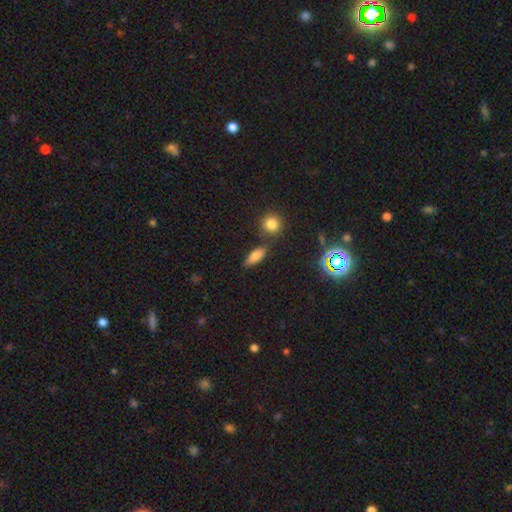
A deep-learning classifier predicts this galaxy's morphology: Smooth or featured? smooth (77%)
How rounded? in between (72%)
Merging? none (74%)